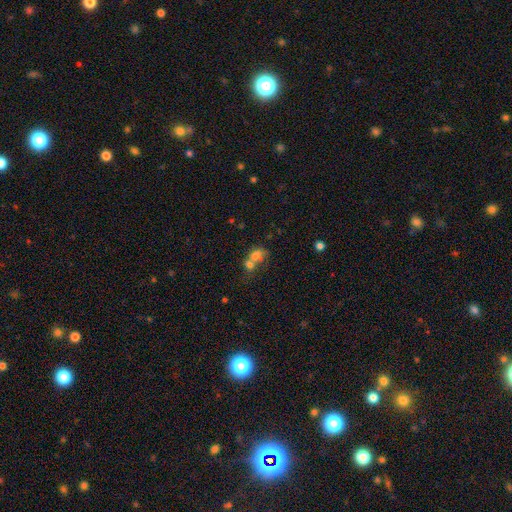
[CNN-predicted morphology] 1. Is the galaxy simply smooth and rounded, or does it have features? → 65% smooth, 21% featured or disk, 14% star or artifact.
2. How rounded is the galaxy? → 57% in between, 41% round, 2% cigar-shaped.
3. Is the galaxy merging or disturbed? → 68% merger, 18% none, 7% major disturbance, 7% minor disturbance.